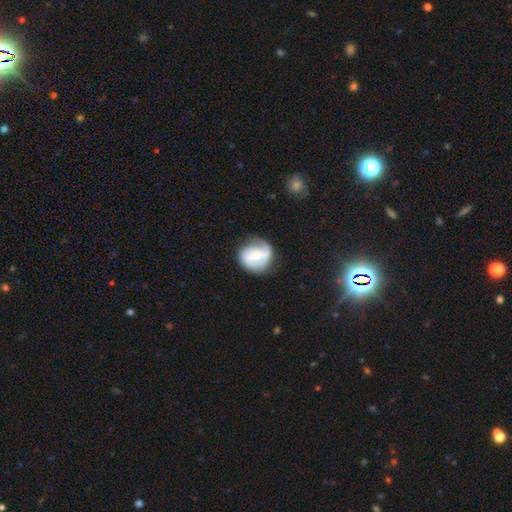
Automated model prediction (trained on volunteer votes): Smooth or featured? featured or disk (62%)
Edge-on disk? no (97%)
Bar? weak (40%)
Spiral arms? yes (77%)
Bulge size? moderate (55%)
Merging? none (65%)